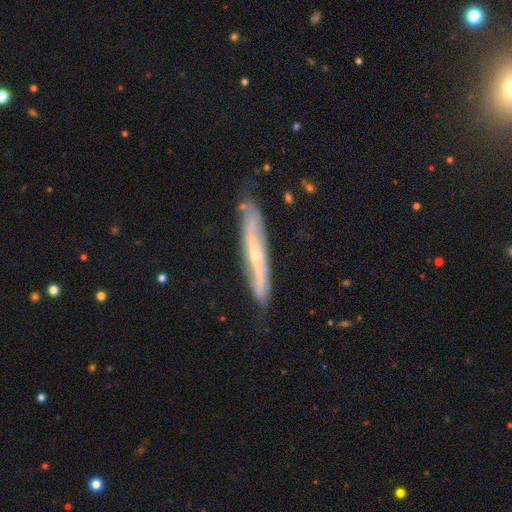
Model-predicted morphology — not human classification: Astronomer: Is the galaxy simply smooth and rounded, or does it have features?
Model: featured or disk — 72%.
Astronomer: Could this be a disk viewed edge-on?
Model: yes — 67%.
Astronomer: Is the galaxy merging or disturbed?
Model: none — 72%.